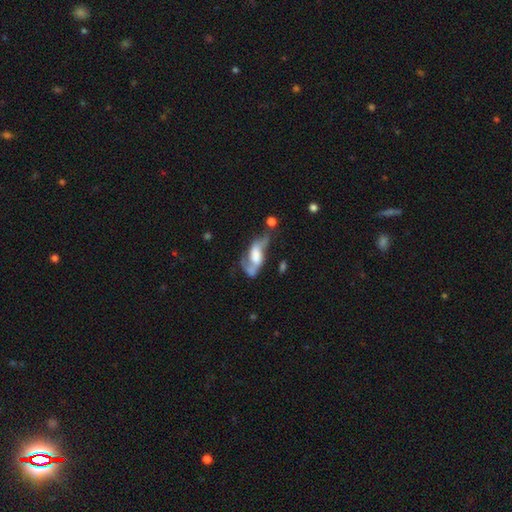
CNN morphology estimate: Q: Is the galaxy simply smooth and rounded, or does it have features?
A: featured or disk — 61%.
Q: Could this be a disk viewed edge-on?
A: no — 89%.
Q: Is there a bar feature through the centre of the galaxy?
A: no — 50%.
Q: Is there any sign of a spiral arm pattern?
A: yes — 70%.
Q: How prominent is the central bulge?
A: large — 38%.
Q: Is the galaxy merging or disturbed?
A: major disturbance — 35%.